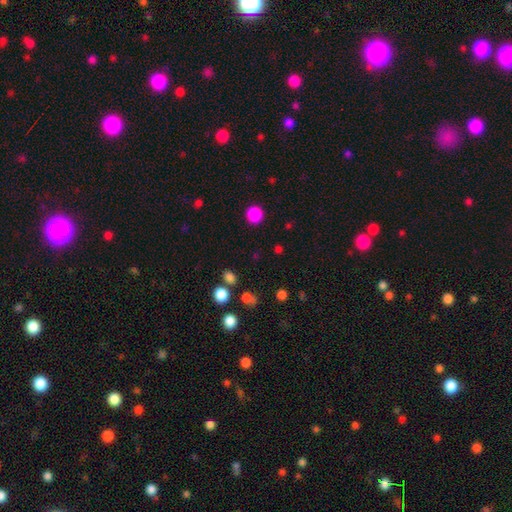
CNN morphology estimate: A smooth galaxy with no disk features (74%) that is round (70%).

Vote fractions:
- Smooth or featured? smooth: 74% / star or artifact: 20% / featured or disk: 6%
- How rounded? round: 70% / in between: 28% / cigar-shaped: 2%
- Merging? none: 80% / minor disturbance: 9% / merger: 7% / major disturbance: 5%